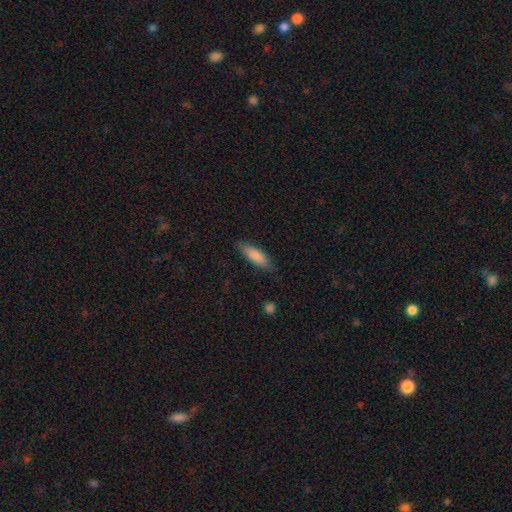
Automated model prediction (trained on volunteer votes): Smooth or featured? smooth (85%)
How rounded? in between (52%)
Merging? none (81%)